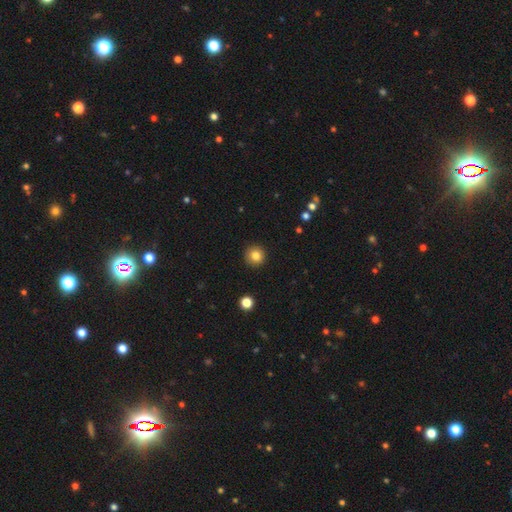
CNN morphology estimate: The model was most divided on "smooth or featured": smooth: 83%, star or artifact: 11%, featured or disk: 6%. More confident: how rounded — round (94%); merging — none (92%).